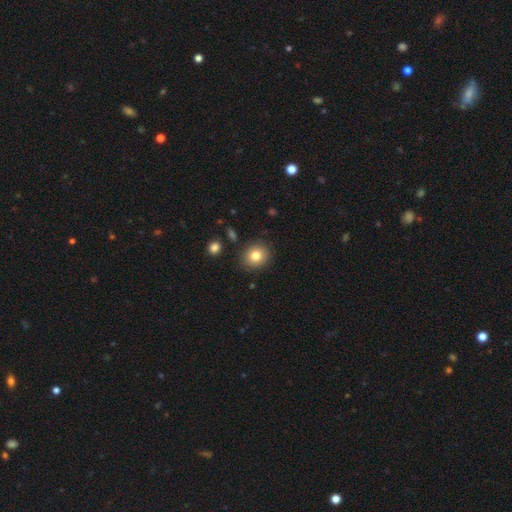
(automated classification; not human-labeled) The model was most divided on "how rounded": round: 76%, in between: 23%, cigar-shaped: 1%. More confident: merging — none (87%); smooth or featured — smooth (81%).